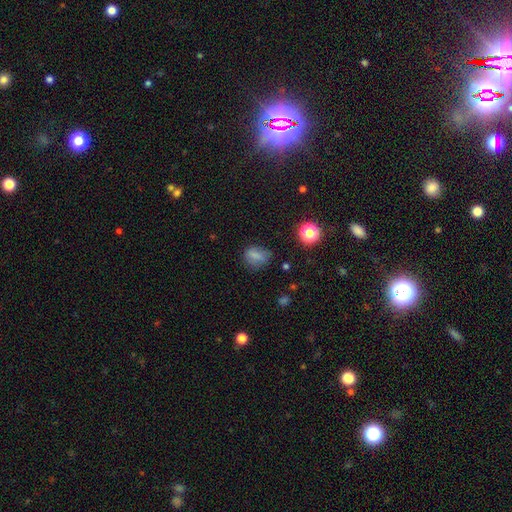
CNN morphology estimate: Smooth or featured: smooth — 74% (star or artifact — 15%)
How rounded: in between — 61% (round — 36%)
Merging: none — 62% (minor disturbance — 25%)